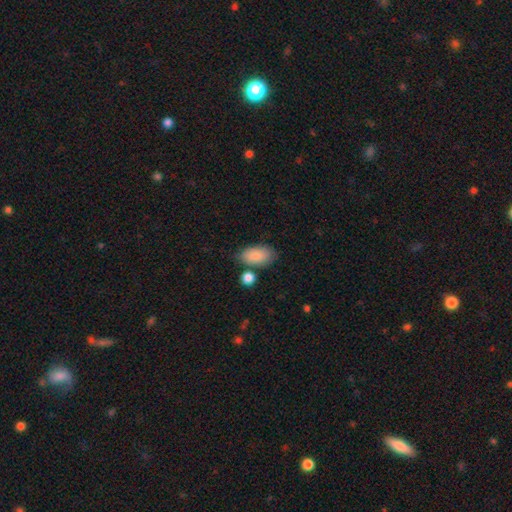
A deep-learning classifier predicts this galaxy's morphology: A smooth galaxy with no disk features (86%) that is in between round and cigar-shaped (93%). Merging: none (68%).